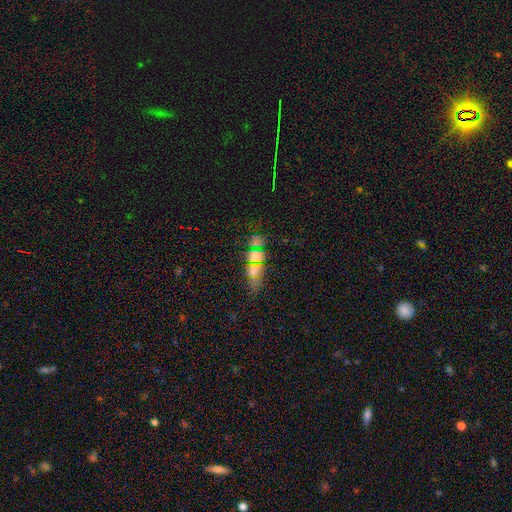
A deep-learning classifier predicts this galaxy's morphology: star or artifact 46%, smooth 39%, featured or disk 15%.